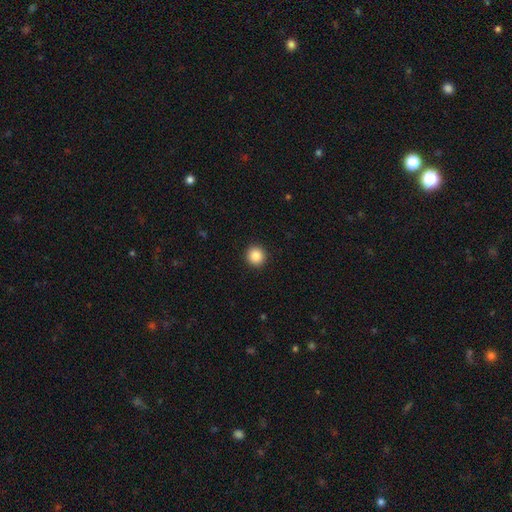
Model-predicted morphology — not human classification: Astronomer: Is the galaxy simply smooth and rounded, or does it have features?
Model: smooth — 87%.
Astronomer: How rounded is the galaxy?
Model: round — 94%.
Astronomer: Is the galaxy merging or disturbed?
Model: none — 93%.